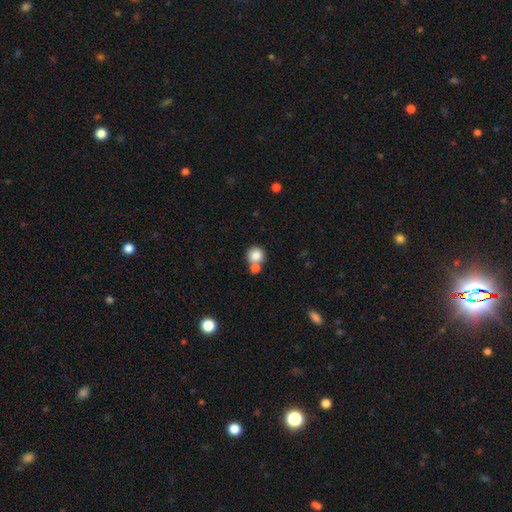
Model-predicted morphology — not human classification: The model was most divided on "merging": none: 54%, merger: 35%, minor disturbance: 8%, major disturbance: 3%. More confident: how rounded — round (90%); smooth or featured — smooth (84%).